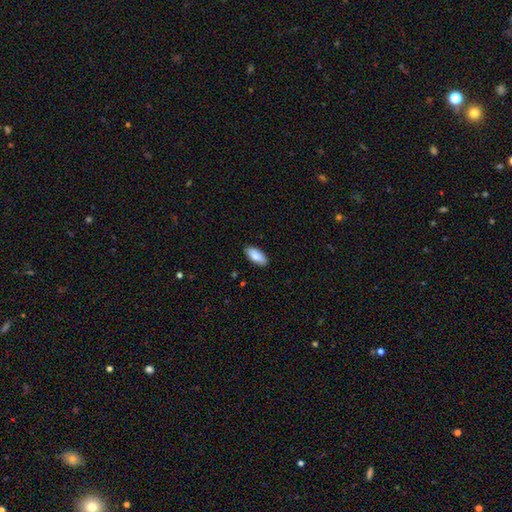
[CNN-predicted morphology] type=smooth (86%); roundness=in between (87%); merging=none (88%).